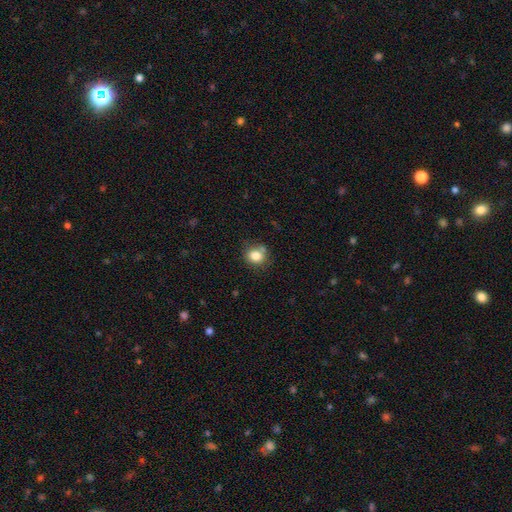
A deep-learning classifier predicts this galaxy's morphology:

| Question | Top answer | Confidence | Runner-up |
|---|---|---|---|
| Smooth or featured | smooth | 81% | star or artifact (11%) |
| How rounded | round | 69% | in between (30%) |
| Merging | none | 69% | minor disturbance (16%) |